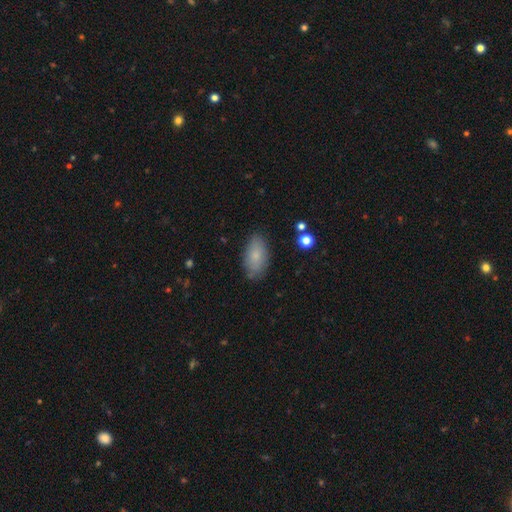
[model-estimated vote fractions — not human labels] smooth 79%, featured or disk 13%, star or artifact 7%. Down the decision tree: how rounded — in between (93%); merging — none (81%).